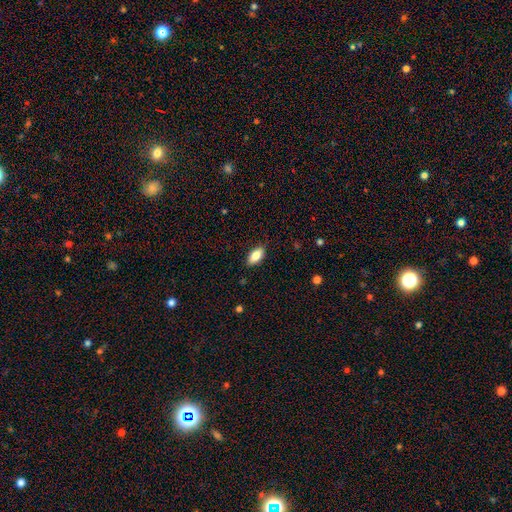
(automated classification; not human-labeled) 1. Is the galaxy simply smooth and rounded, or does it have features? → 82% smooth, 11% featured or disk, 7% star or artifact.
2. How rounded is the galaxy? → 89% in between, 8% cigar-shaped, 3% round.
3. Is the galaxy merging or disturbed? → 86% none, 11% minor disturbance, 2% major disturbance, 1% merger.